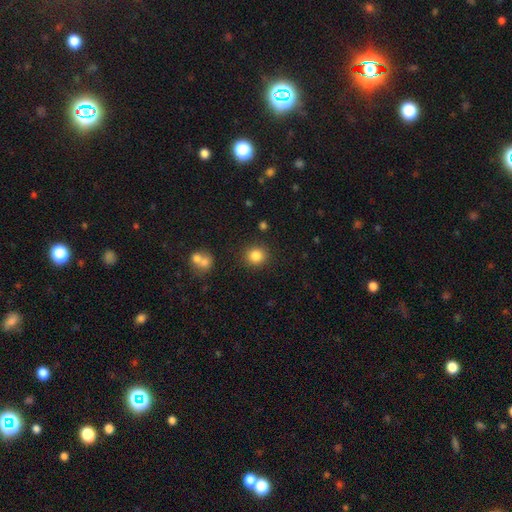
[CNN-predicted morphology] smooth-or-featured: smooth: 83% | star or artifact: 11% | featured or disk: 5%
  how-rounded: round: 89% | in between: 10% | cigar-shaped: 1%
  merging: none: 87% | minor disturbance: 7% | merger: 3% | major disturbance: 3%